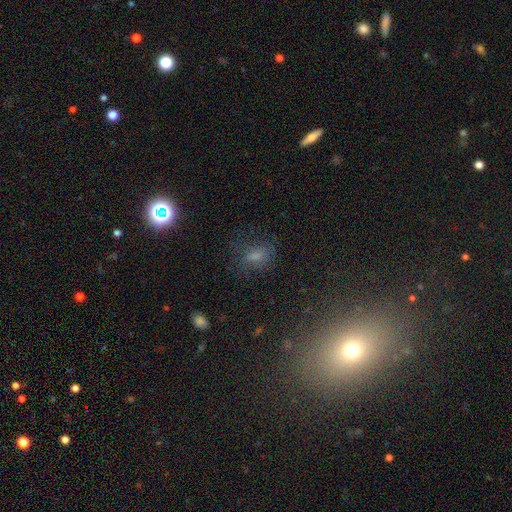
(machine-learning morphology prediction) smooth_or_featured: smooth (p=0.53) [alt: star or artifact p=0.31]
how_rounded: in between (p=0.71) [alt: round p=0.23]
merging: none (p=0.64) [alt: minor disturbance p=0.20]